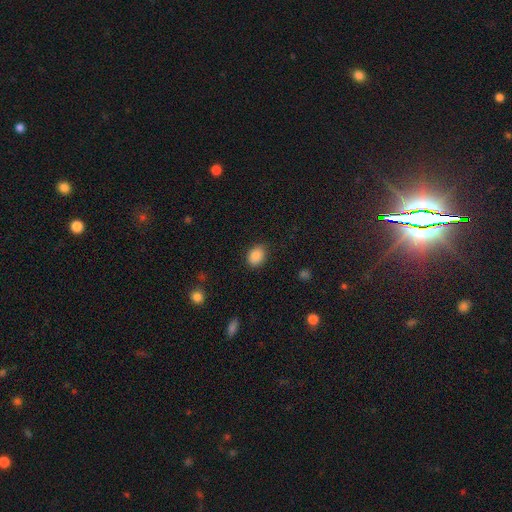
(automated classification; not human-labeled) Q: Smooth or featured?
A: smooth (87%); runner-up: star or artifact (9%)
Q: How rounded?
A: in between (61%); runner-up: round (38%)
Q: Merging?
A: none (83%); runner-up: minor disturbance (13%)